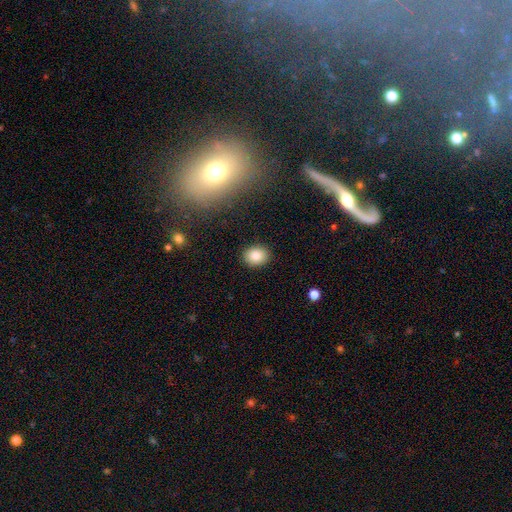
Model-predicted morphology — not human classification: type=smooth (84%); roundness=round (55%); merging=none (89%).